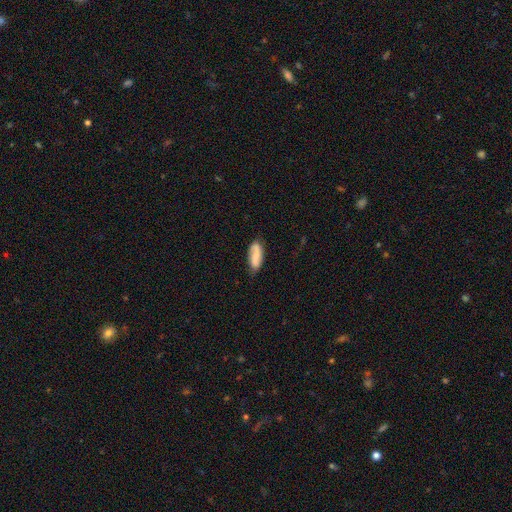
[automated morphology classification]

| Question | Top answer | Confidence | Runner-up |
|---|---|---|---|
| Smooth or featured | smooth | 63% | featured or disk (30%) |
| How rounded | in between | 74% | cigar-shaped (24%) |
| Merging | none | 72% | minor disturbance (21%) |